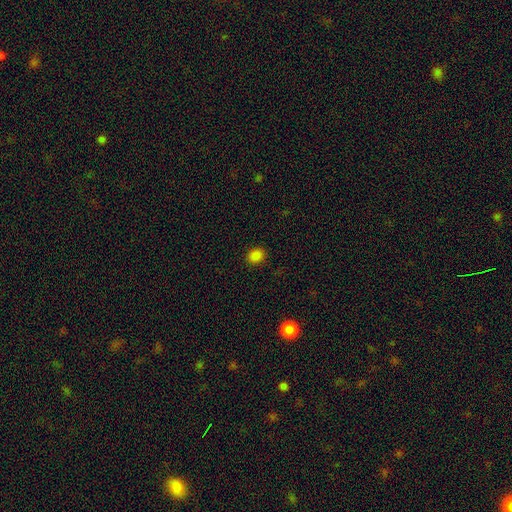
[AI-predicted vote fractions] Smooth or featured?
  - smooth: 84% *
  - star or artifact: 13%
  - featured or disk: 3%
How rounded?
  - round: 57% *
  - in between: 42%
  - cigar-shaped: 1%
Merging?
  - none: 90% *
  - minor disturbance: 7%
  - major disturbance: 2%
  - merger: 1%